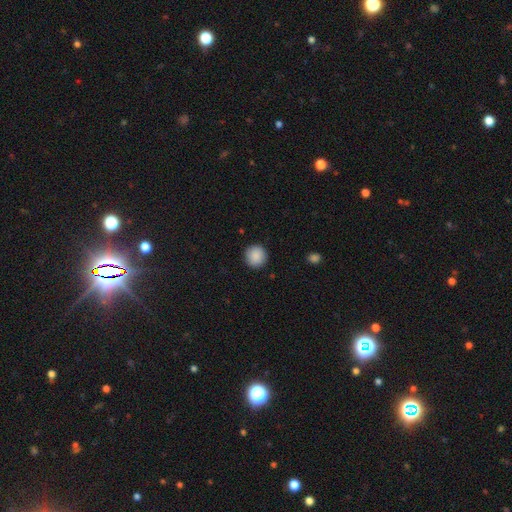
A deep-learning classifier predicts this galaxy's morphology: Smooth or featured? Predicted: smooth (p=0.89). How rounded? Predicted: round (p=0.94). Merging? Predicted: none (p=0.91).